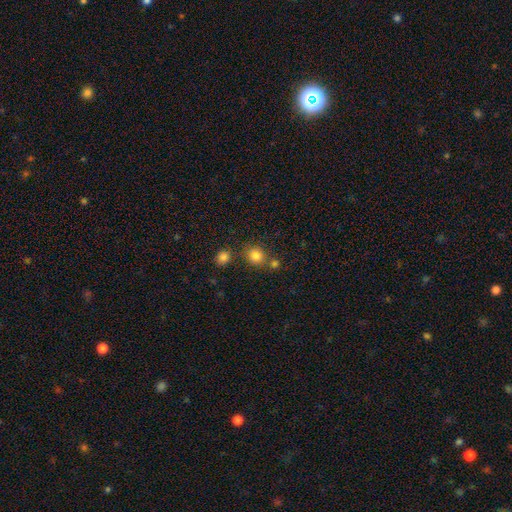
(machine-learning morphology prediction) Smooth or featured: smooth — 82% (star or artifact — 13%)
How rounded: round — 84% (in between — 15%)
Merging: none — 69% (merger — 17%)